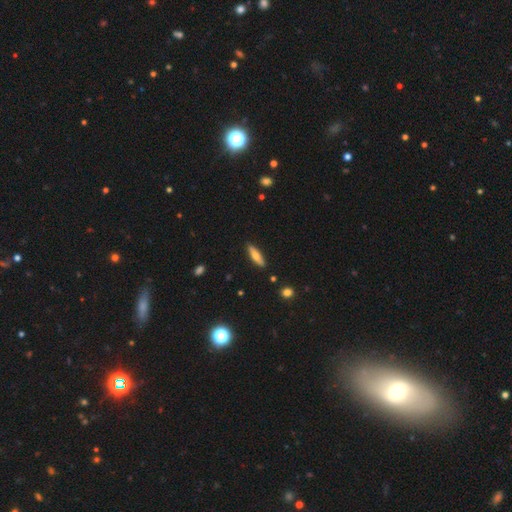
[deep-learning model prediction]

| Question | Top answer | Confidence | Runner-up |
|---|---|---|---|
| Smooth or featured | smooth | 61% | featured or disk (32%) |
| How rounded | cigar-shaped | 69% | in between (29%) |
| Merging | none | 88% | minor disturbance (9%) |